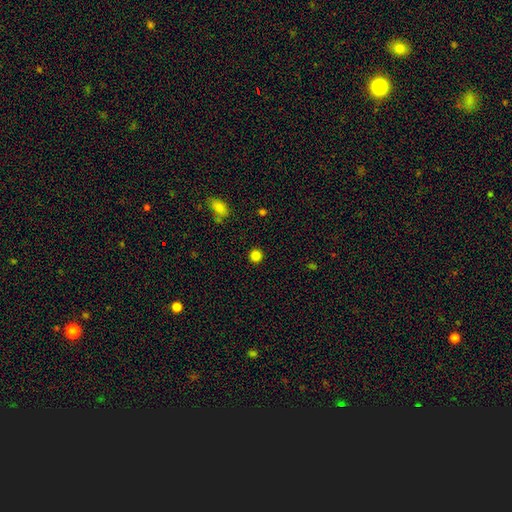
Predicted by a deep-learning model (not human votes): This appears to be a smooth galaxy with no disk features (84%) that is round (93%). Merging: none (90%).